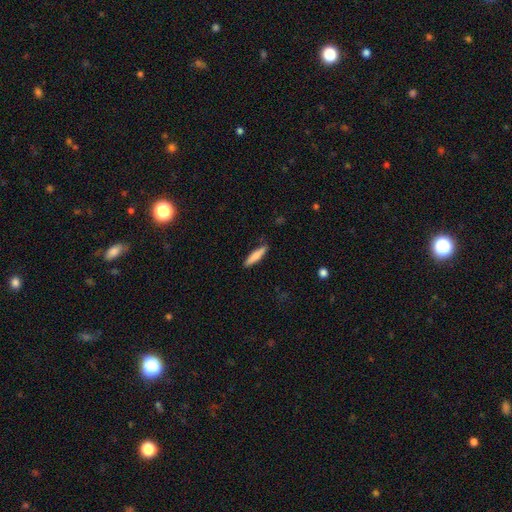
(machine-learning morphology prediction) A smooth galaxy with no disk features (78%) that is cigar-shaped (80%).

Vote fractions:
- Smooth or featured? smooth: 78% / featured or disk: 17% / star or artifact: 6%
- How rounded? cigar-shaped: 80% / in between: 18% / round: 1%
- Merging? none: 86% / minor disturbance: 11% / major disturbance: 2% / merger: 1%